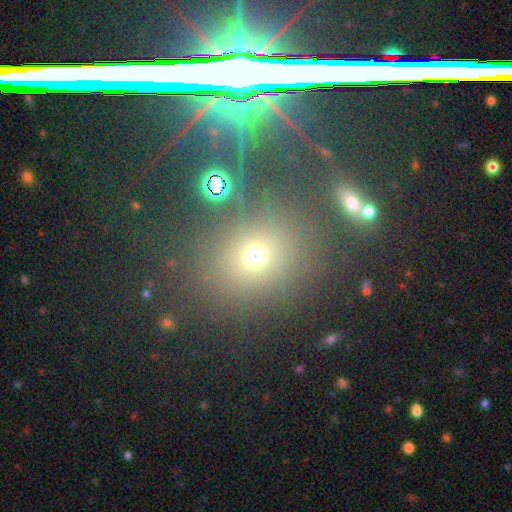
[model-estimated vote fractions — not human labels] This appears to be a smooth galaxy with no disk features (55%) that is round (73%). Merging: none (80%).